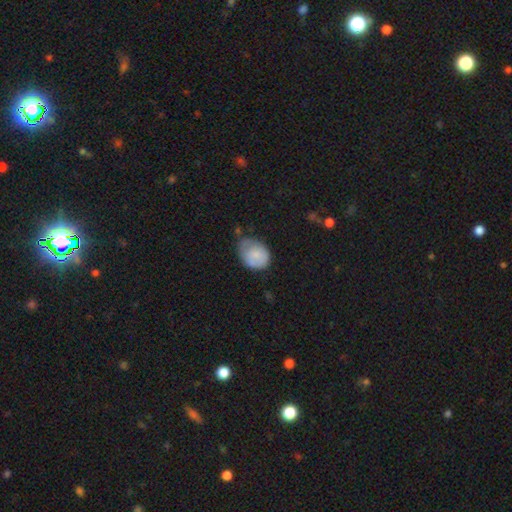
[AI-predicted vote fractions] Smooth or featured?
  - smooth: 74% *
  - featured or disk: 19%
  - star or artifact: 7%
How rounded?
  - in between: 62% *
  - round: 37%
  - cigar-shaped: 1%
Merging?
  - minor disturbance: 42% *
  - none: 39%
  - major disturbance: 14%
  - merger: 5%